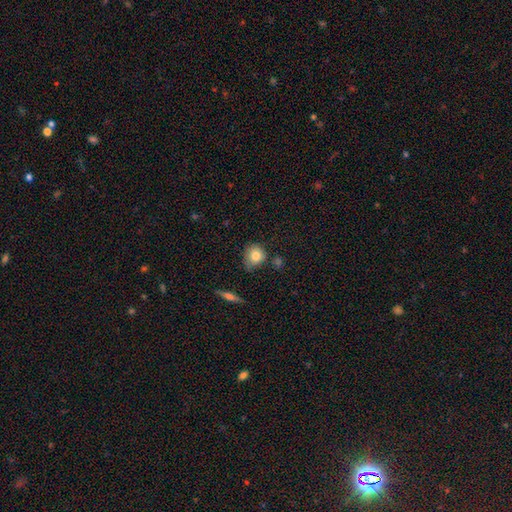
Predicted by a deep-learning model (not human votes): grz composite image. It shows a smooth galaxy with no disk features (79%) that is round (71%). Merging: none (60%).